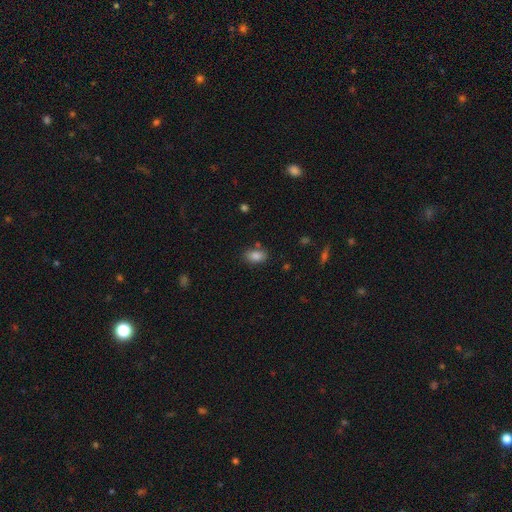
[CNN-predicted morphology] A smooth galaxy with no disk features (86%) that is in between round and cigar-shaped (89%). Merging: none (78%).